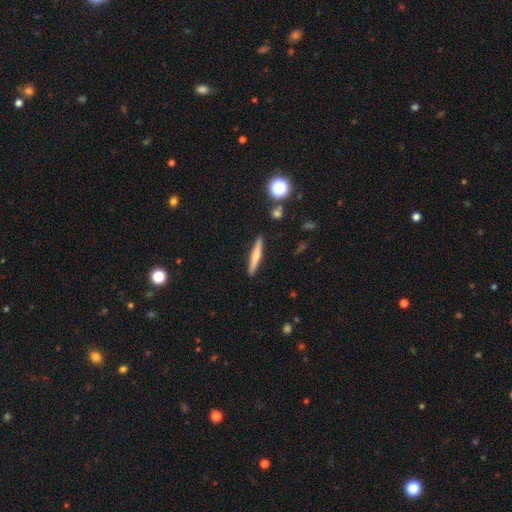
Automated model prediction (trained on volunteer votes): Smooth or featured?
  - smooth: 55% *
  - featured or disk: 37%
  - star or artifact: 7%
How rounded?
  - cigar-shaped: 93% *
  - in between: 5%
  - round: 2%
Merging?
  - none: 90% *
  - minor disturbance: 7%
  - major disturbance: 2%
  - merger: 2%